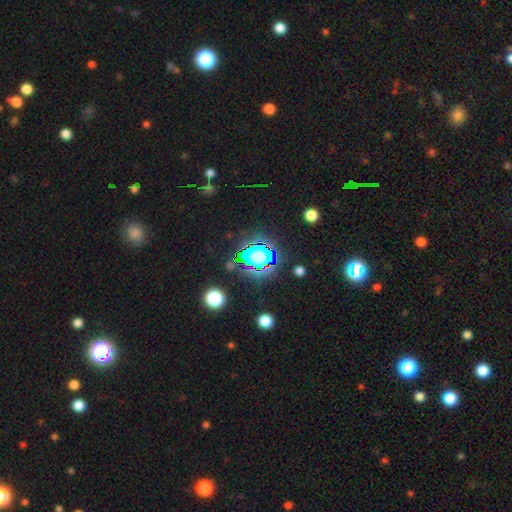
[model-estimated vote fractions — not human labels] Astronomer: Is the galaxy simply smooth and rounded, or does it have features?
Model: star or artifact — 58%.